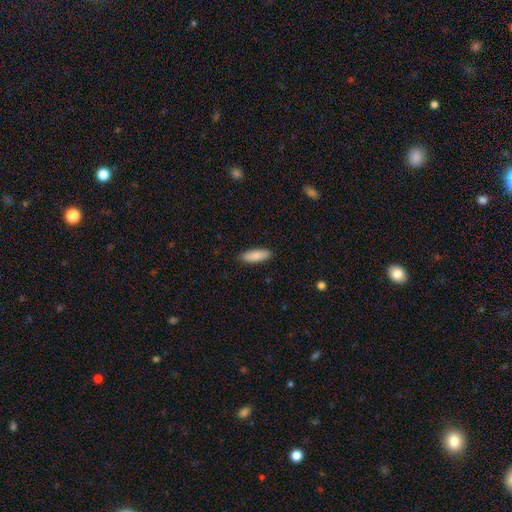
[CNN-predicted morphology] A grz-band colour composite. It shows a smooth galaxy with no disk features (88%) that is in between round and cigar-shaped (60%). Merging: none (90%).